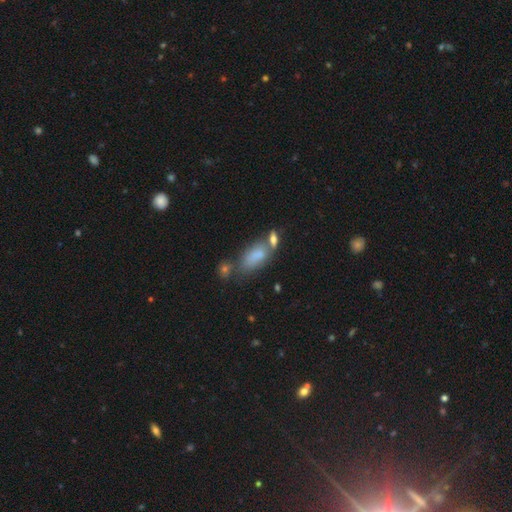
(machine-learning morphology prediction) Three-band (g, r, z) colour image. It shows a smooth galaxy with no disk features (77%) that is in between round and cigar-shaped (87%). Merging: none (43%).